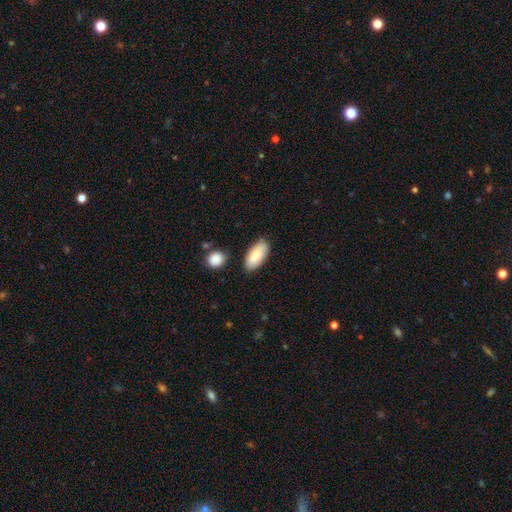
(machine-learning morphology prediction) This is clearly a smooth galaxy (83%). How rounded: clearly in between (91%). Merging: likely none (80%).